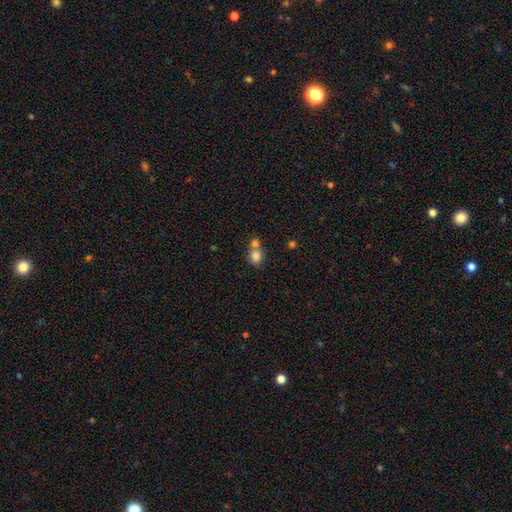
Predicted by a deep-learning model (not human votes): smooth_or_featured: smooth (p=0.81) [alt: star or artifact p=0.10]
how_rounded: round (p=0.65) [alt: in between p=0.34]
merging: merger (p=0.53) [alt: none p=0.36]